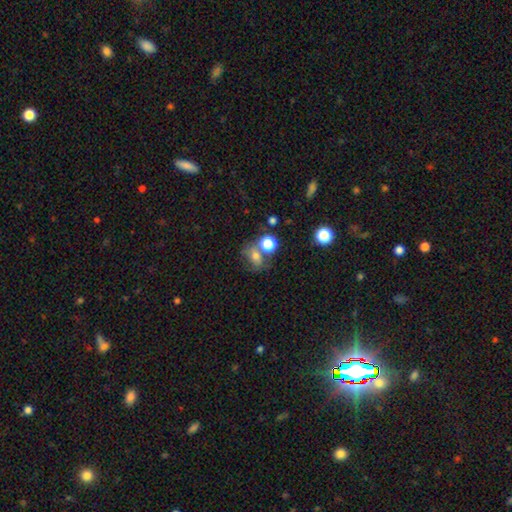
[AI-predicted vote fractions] Smooth or featured: smooth — 64% (featured or disk — 19%)
How rounded: round — 52% (in between — 46%)
Merging: none — 49% (merger — 28%)